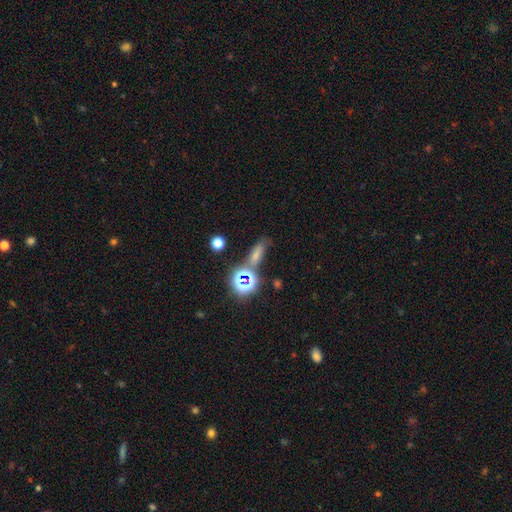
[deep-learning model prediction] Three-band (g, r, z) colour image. It shows a smooth galaxy with no disk features (56%) that is in between round and cigar-shaped (48%). Merging: none (62%).